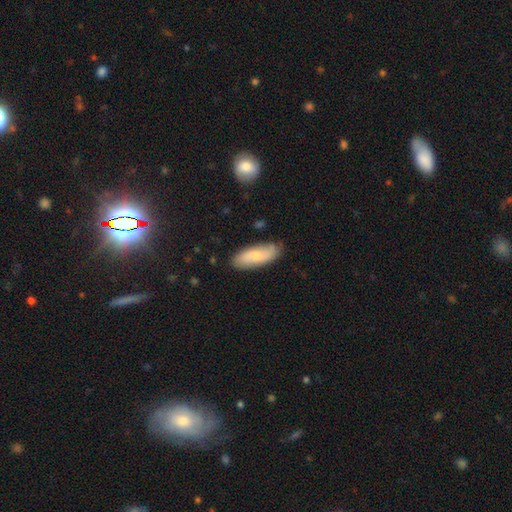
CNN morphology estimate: A smooth galaxy with no disk features (63%) that is in between round and cigar-shaped (73%). Merging: none (81%).